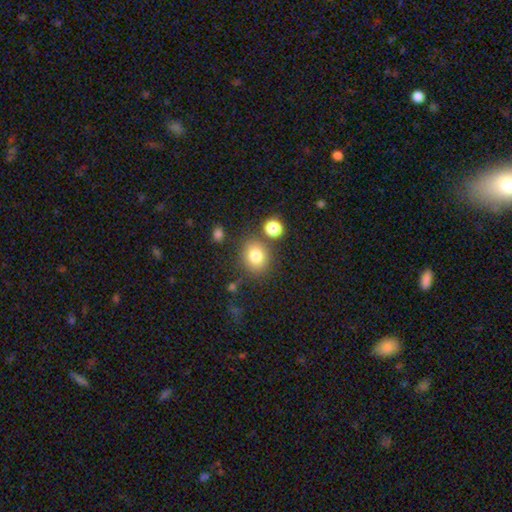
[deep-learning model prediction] smooth_or_featured: smooth (p=0.80) [alt: star or artifact p=0.12]
how_rounded: round (p=0.69) [alt: in between p=0.30]
merging: none (p=0.75) [alt: minor disturbance p=0.11]